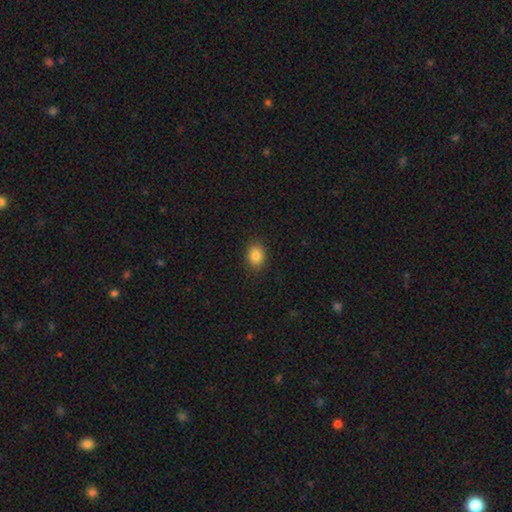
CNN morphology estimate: smooth 85%, star or artifact 10%, featured or disk 5%. Down the decision tree: how rounded — in between (56%); merging — none (88%).